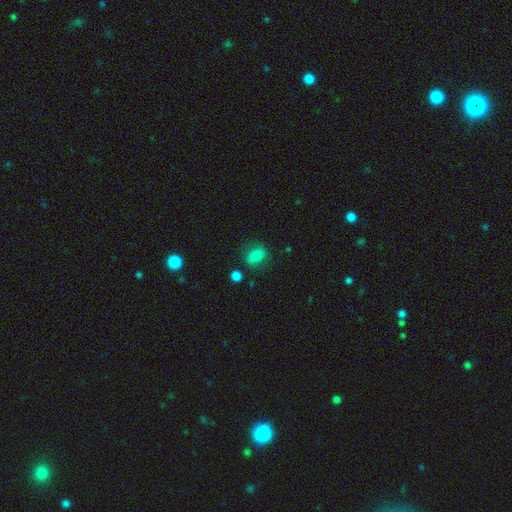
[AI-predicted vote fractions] Morphology: type=smooth (80%); roundness=in between (69%); merging=none (74%).